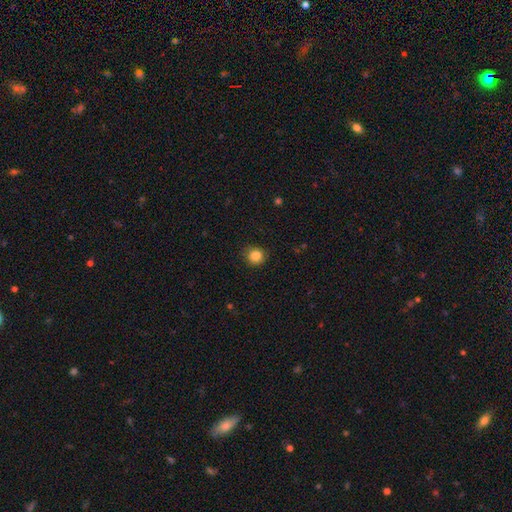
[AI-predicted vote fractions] Overall: smooth (84%). How rounded: round (89%). Merging: none (88%).